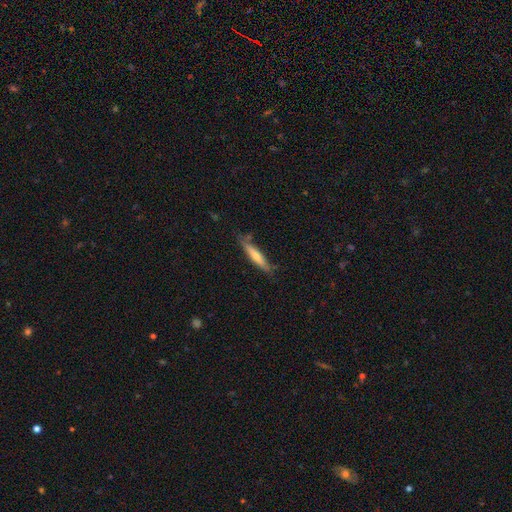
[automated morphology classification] Q: Smooth or featured?
A: featured or disk (47%); runner-up: smooth (46%)
Q: Merging?
A: none (78%); runner-up: minor disturbance (17%)